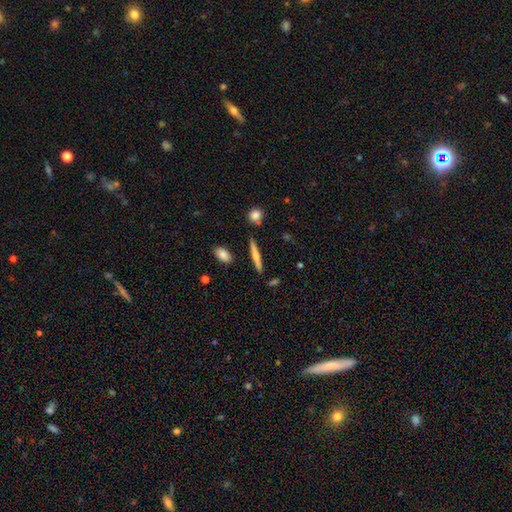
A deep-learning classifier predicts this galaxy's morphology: This appears to be a smooth galaxy with no disk features (56%) that is cigar-shaped (90%). Merging: none (88%).